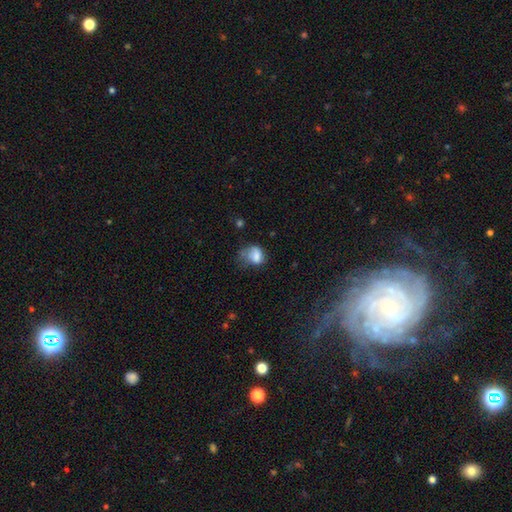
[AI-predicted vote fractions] Morphology: type=smooth (71%); roundness=in between (61%); merging=major disturbance (35%).